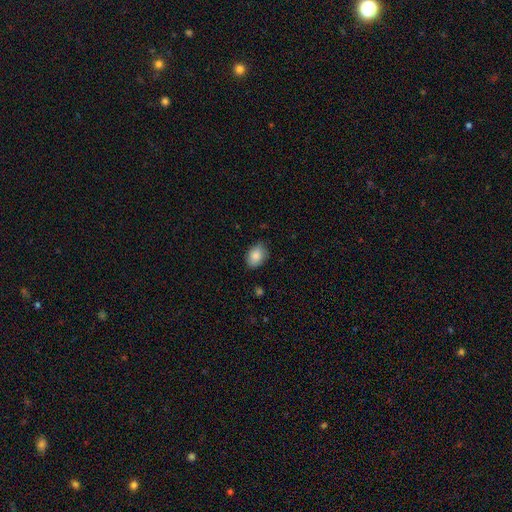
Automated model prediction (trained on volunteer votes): This appears to be a smooth galaxy with no disk features (87%) that is in between round and cigar-shaped (78%). Merging: none (83%).